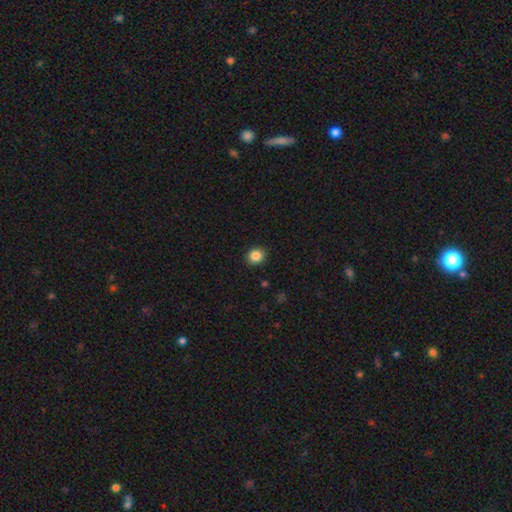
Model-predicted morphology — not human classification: Overall: smooth (86%). How rounded: round (79%). Merging: none (92%).